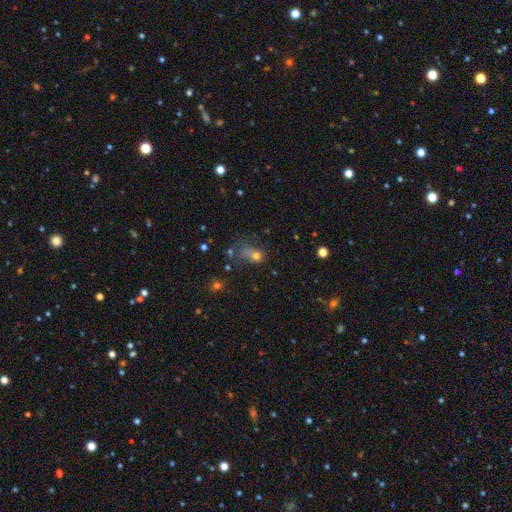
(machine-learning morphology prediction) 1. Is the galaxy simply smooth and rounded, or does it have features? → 66% smooth, 19% star or artifact, 14% featured or disk.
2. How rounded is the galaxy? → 52% in between, 46% round, 3% cigar-shaped.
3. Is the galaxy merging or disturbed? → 32% major disturbance, 29% none, 20% minor disturbance, 19% merger.